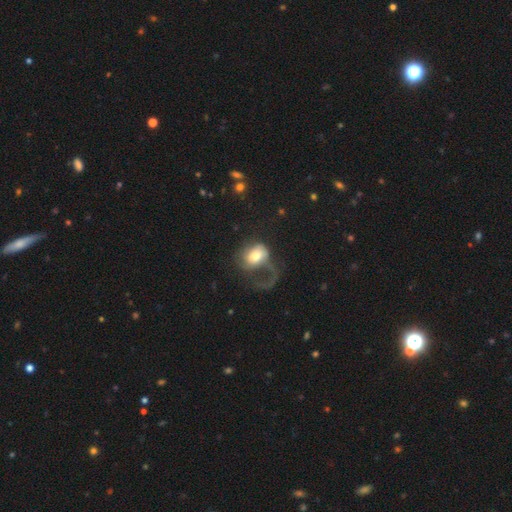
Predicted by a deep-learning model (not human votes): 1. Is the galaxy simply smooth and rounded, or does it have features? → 57% smooth, 36% featured or disk, 8% star or artifact.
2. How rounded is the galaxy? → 52% in between, 47% round, 1% cigar-shaped.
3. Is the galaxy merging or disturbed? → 64% major disturbance, 19% none, 13% minor disturbance, 4% merger.